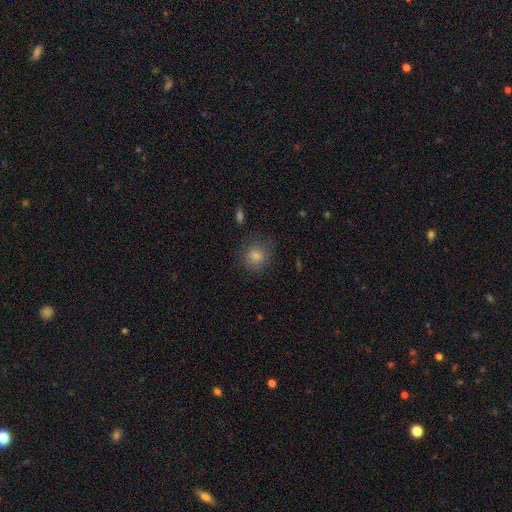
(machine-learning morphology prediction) Smooth or featured?
  - smooth: 76% *
  - star or artifact: 16%
  - featured or disk: 8%
How rounded?
  - round: 84% *
  - in between: 15%
  - cigar-shaped: 1%
Merging?
  - none: 82% *
  - minor disturbance: 12%
  - major disturbance: 4%
  - merger: 2%